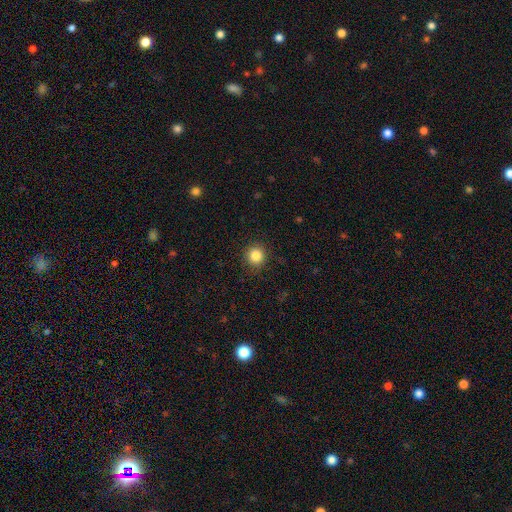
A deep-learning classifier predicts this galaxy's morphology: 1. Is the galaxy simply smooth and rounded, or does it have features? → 85% smooth, 11% star or artifact, 4% featured or disk.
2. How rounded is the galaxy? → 92% round, 7% in between, 1% cigar-shaped.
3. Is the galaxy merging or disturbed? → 89% none, 7% minor disturbance, 3% major disturbance, 1% merger.